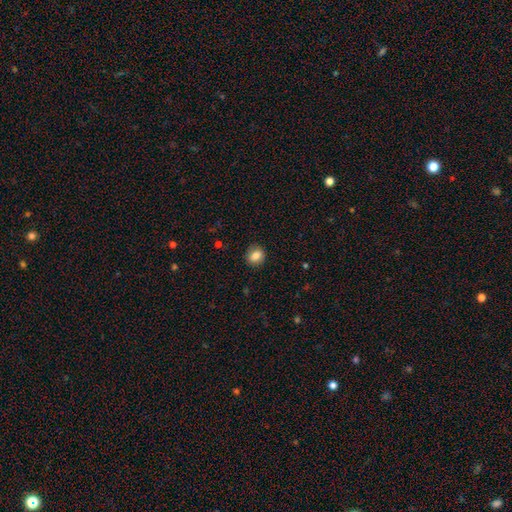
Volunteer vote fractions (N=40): Morphology: type=smooth (90%); roundness=round (72%); merging=none (97%).